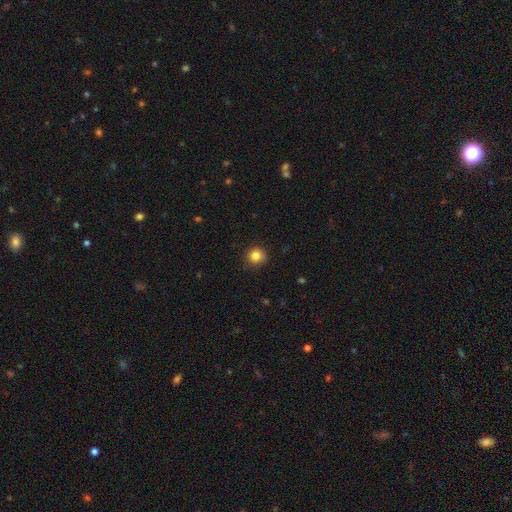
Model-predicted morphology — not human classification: Overall: smooth (84%). How rounded: round (92%). Merging: none (87%).